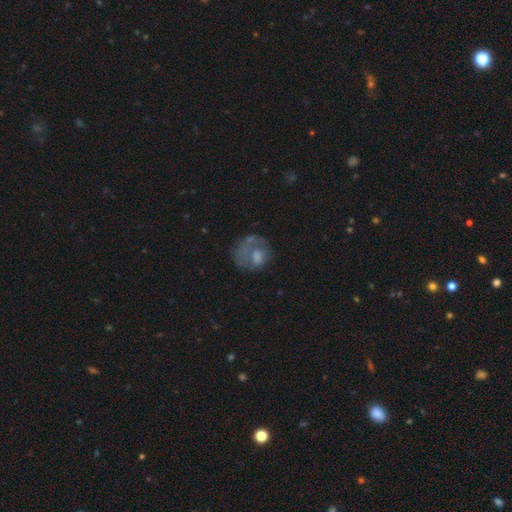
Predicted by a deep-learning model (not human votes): Smooth or featured: smooth — 51% (featured or disk — 39%)
How rounded: round — 66% (in between — 33%)
Merging: none — 38% (major disturbance — 35%)